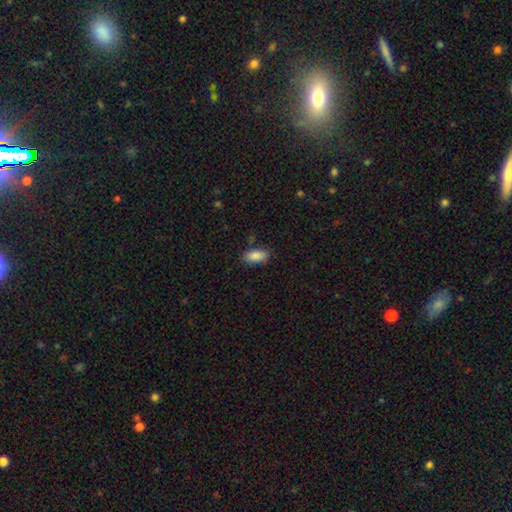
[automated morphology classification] smooth-or-featured: smooth: 88% | star or artifact: 7% | featured or disk: 5%
  how-rounded: in between: 90% | cigar-shaped: 7% | round: 3%
  merging: none: 83% | minor disturbance: 12% | major disturbance: 3% | merger: 2%